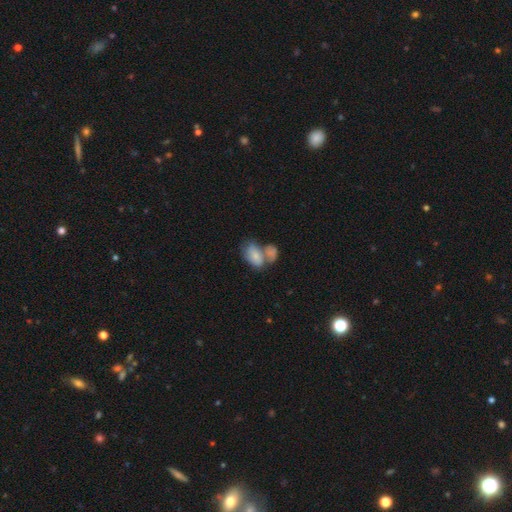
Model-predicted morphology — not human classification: type=smooth (71%); roundness=in between (88%); merging=merger (60%).